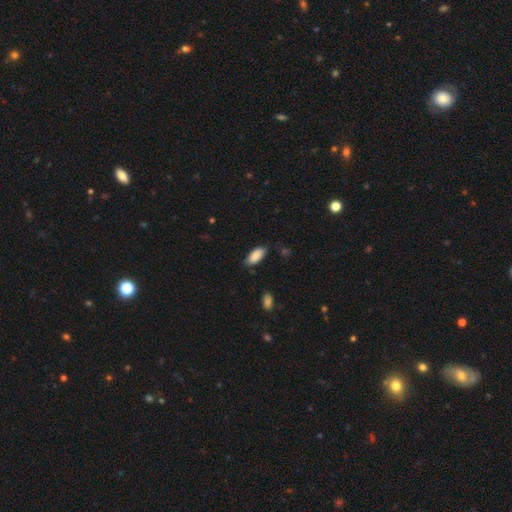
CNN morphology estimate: Smooth or featured? Predicted: smooth (p=0.88). How rounded? Predicted: in between (p=0.90). Merging? Predicted: none (p=0.78).